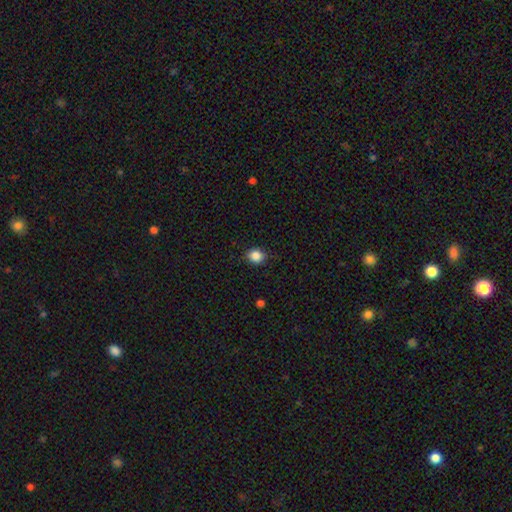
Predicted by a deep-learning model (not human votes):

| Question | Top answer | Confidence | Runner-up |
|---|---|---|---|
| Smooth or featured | smooth | 86% | star or artifact (10%) |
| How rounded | round | 76% | in between (23%) |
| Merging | none | 87% | minor disturbance (10%) |